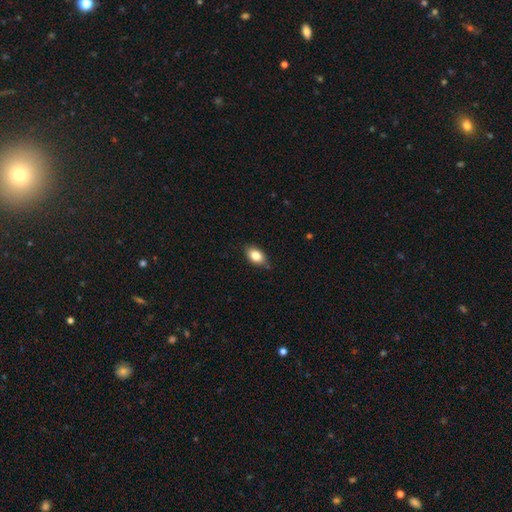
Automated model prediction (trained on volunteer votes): A smooth galaxy with no disk features (81%) that is in between round and cigar-shaped (85%).

Vote fractions:
- Smooth or featured? smooth: 81% / featured or disk: 11% / star or artifact: 8%
- How rounded? in between: 85% / round: 12% / cigar-shaped: 2%
- Merging? none: 79% / minor disturbance: 17% / major disturbance: 3% / merger: 1%